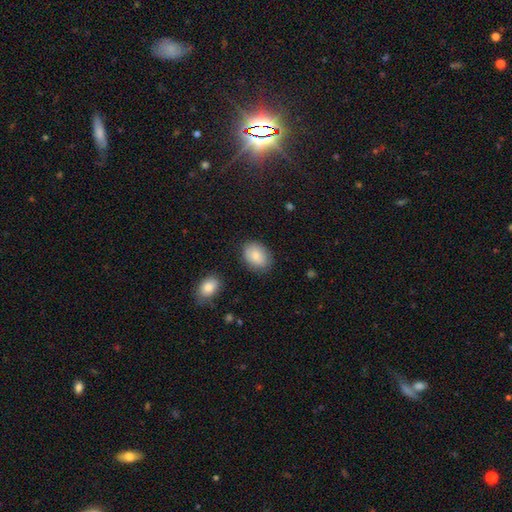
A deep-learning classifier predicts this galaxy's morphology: Smooth or featured? Predicted: smooth (p=0.83). How rounded? Predicted: in between (p=0.73). Merging? Predicted: none (p=0.81).